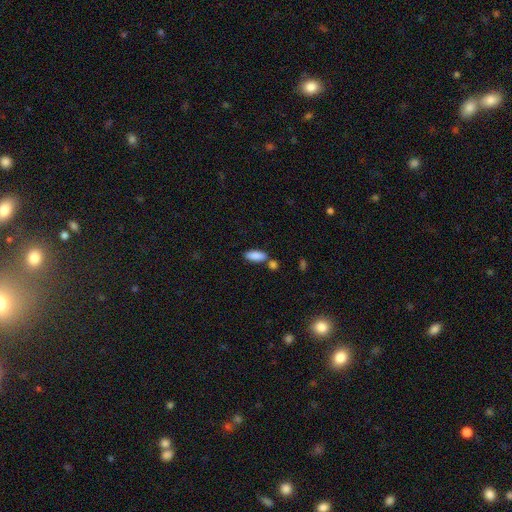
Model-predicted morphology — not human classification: The model was most divided on "merging": none: 68%, merger: 17%, minor disturbance: 12%, major disturbance: 3%. More confident: smooth or featured — smooth (88%); how rounded — in between (79%).